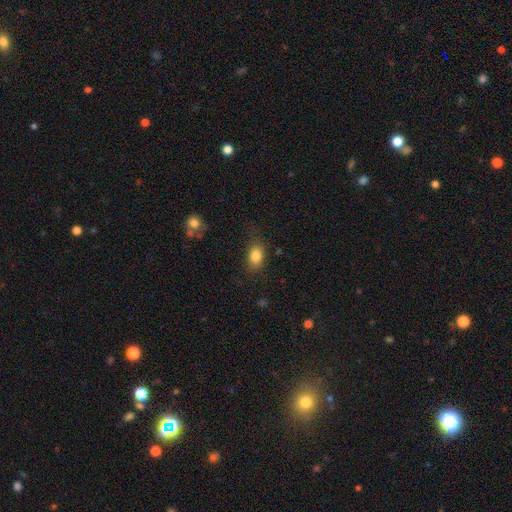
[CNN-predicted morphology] smooth 83%, star or artifact 9%, featured or disk 7%. Down the decision tree: how rounded — in between (76%); merging — none (76%).